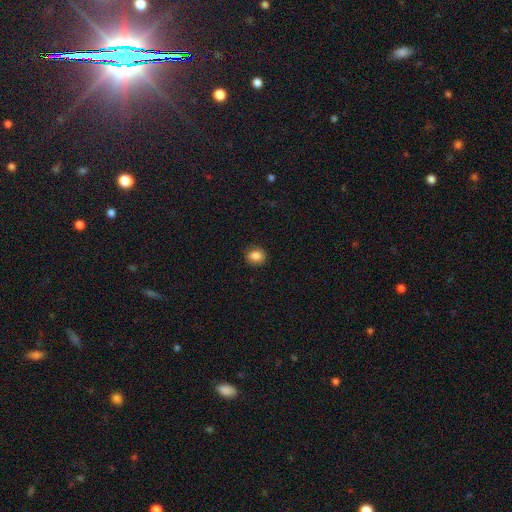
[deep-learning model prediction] This is clearly a smooth galaxy (85%). How rounded: likely round (70%). Merging: clearly none (87%).